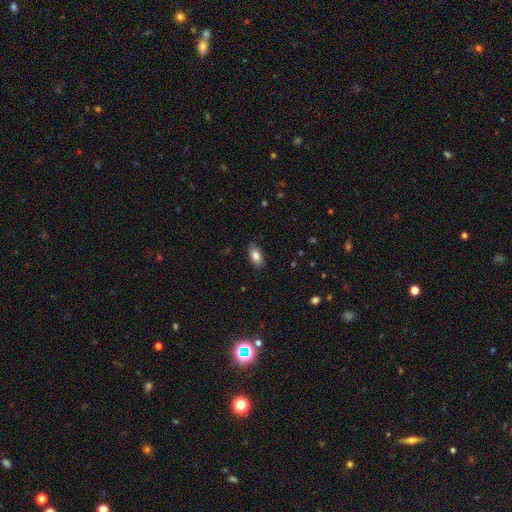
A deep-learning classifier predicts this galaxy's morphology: Smooth or featured? Predicted: smooth (p=0.86). How rounded? Predicted: in between (p=0.91). Merging? Predicted: none (p=0.85).